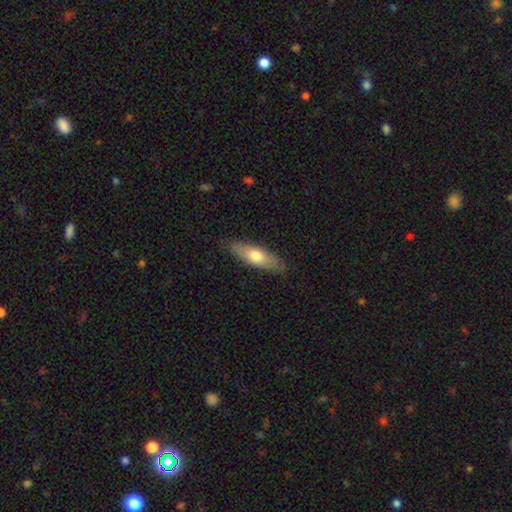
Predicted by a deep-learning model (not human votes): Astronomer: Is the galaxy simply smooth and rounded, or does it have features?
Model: smooth — 65%.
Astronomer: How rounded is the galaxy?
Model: in between — 50% (runner-up: cigar-shaped, 48%).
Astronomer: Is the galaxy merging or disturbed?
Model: none — 85%.